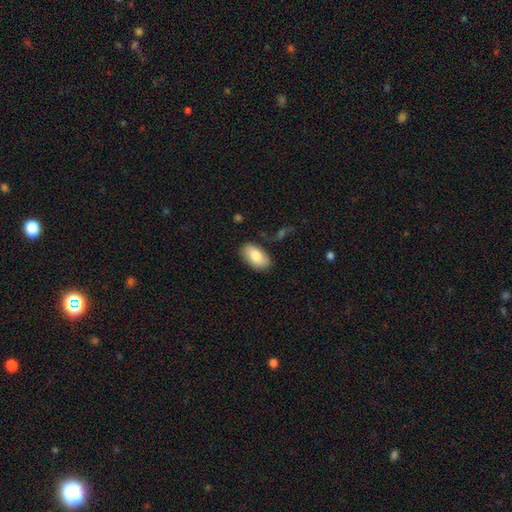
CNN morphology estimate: A smooth galaxy with no disk features (83%) that is in between round and cigar-shaped (94%).

Vote fractions:
- Smooth or featured? smooth: 83% / featured or disk: 10% / star or artifact: 6%
- How rounded? in between: 94% / round: 3% / cigar-shaped: 3%
- Merging? none: 83% / minor disturbance: 12% / major disturbance: 3% / merger: 2%